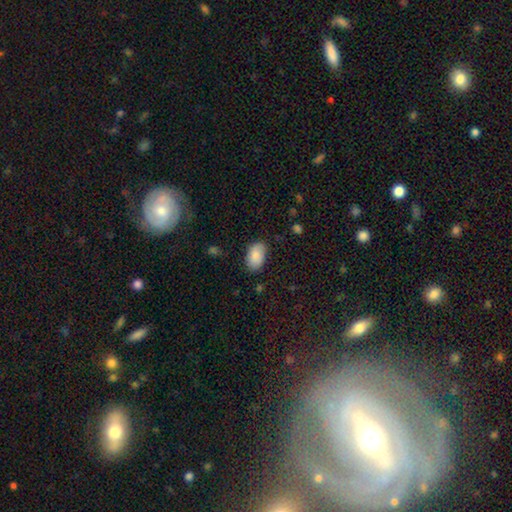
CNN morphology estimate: This is clearly a smooth galaxy (86%). How rounded: clearly in between (93%). Merging: clearly none (81%).